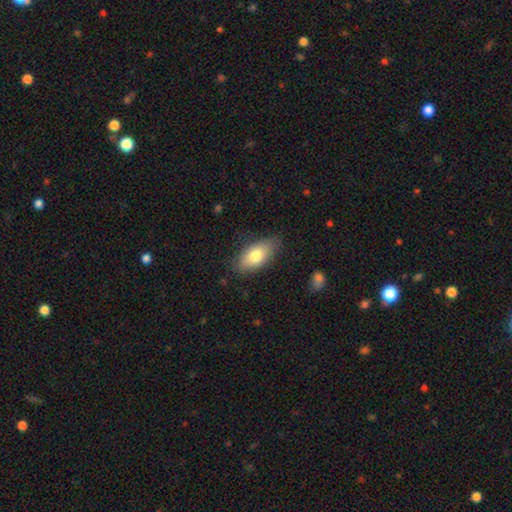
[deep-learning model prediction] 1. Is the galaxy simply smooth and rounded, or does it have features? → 76% smooth, 18% featured or disk, 7% star or artifact.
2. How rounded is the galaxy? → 89% in between, 7% cigar-shaped, 4% round.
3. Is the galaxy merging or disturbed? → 79% none, 17% minor disturbance, 4% major disturbance, 1% merger.